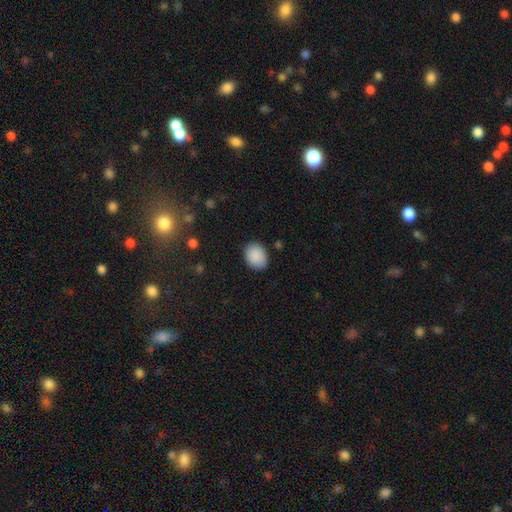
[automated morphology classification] smooth 90%, star or artifact 7%, featured or disk 3%. Down the decision tree: how rounded — in between (59%); merging — none (86%).